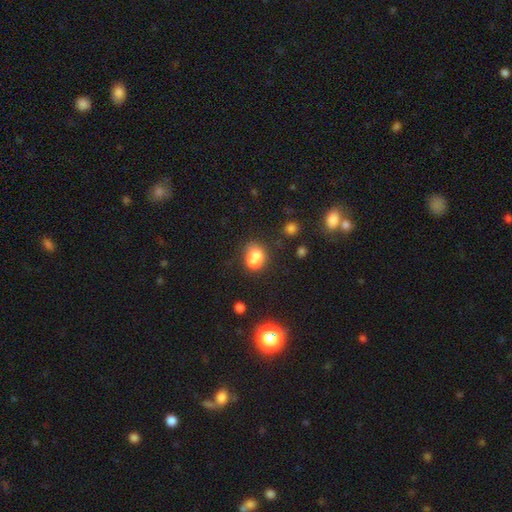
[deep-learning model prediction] Morphology: type=smooth (69%); roundness=round (53%); merging=merger (59%).